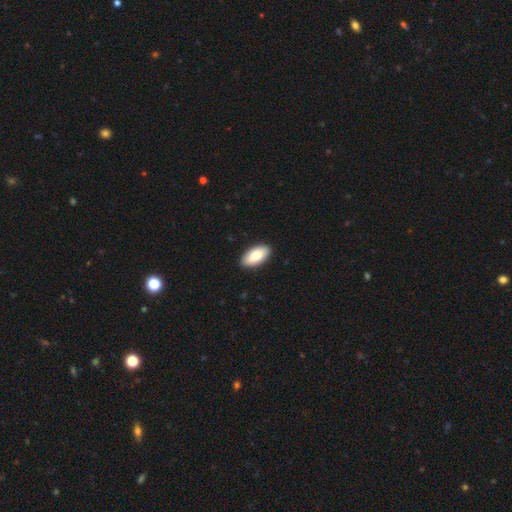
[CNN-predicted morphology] Overall: smooth (81%). How rounded: in between (94%). Merging: none (91%).